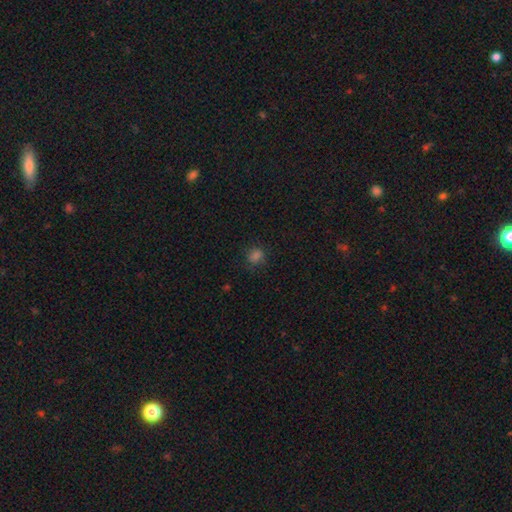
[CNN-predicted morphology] The model was most divided on "how rounded": round: 58%, in between: 40%, cigar-shaped: 2%. More confident: merging — none (78%); smooth or featured — smooth (73%).